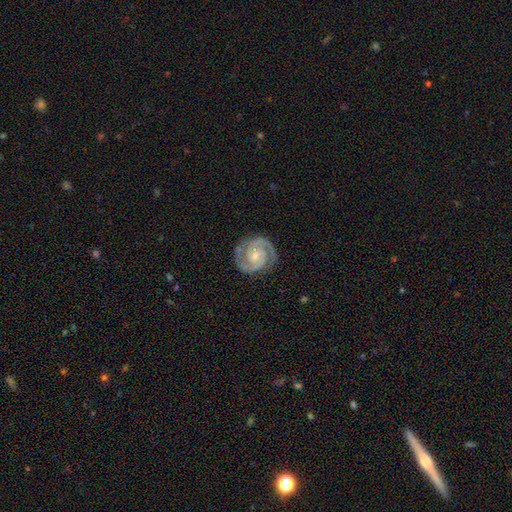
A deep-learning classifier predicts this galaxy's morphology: smooth_or_featured: featured or disk (p=0.93) [alt: star or artifact p=0.04]
disk_edge_on: no (p=0.98) [alt: yes p=0.02]
bar: no (p=0.55) [alt: weak p=0.35]
has_spiral_arms: yes (p=0.99) [alt: no p=0.01]
spiral_winding: tight (p=0.66) [alt: medium p=0.31]
spiral_arm_count: 2 (p=0.92) [alt: 3 p=0.03]
bulge_size: small (p=0.58) [alt: moderate p=0.35]
merging: none (p=0.84) [alt: minor disturbance p=0.12]